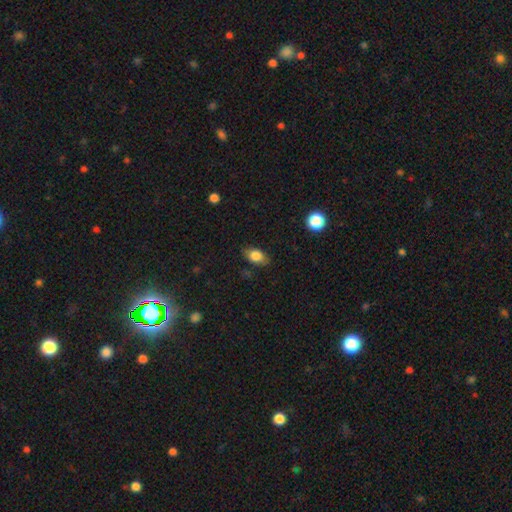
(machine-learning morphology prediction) smooth 80%, featured or disk 11%, star or artifact 8%. Down the decision tree: how rounded — in between (86%); merging — none (81%).